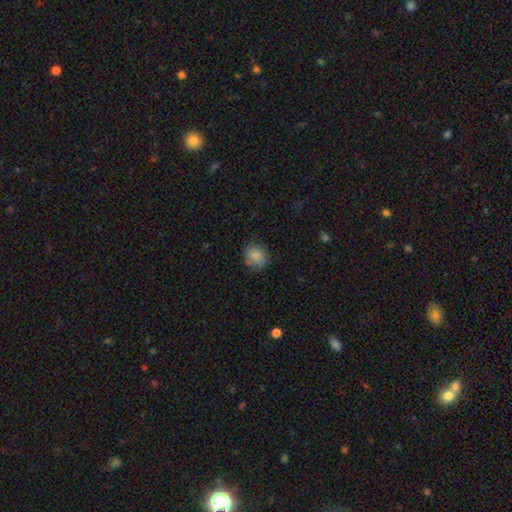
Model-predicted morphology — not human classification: Overall: smooth (85%). How rounded: round (72%). Merging: none (77%).